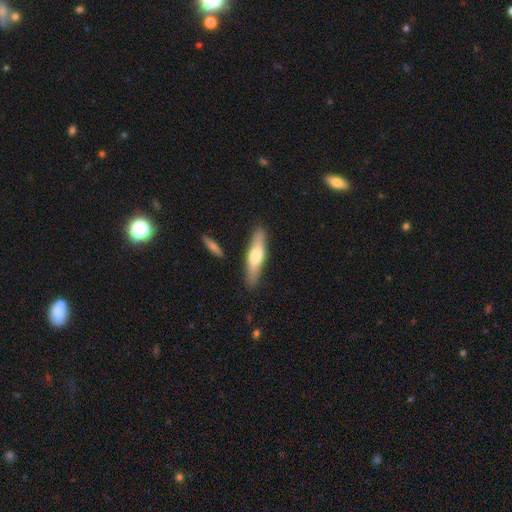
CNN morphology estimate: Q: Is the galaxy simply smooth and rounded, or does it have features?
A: smooth — 56%.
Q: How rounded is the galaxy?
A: cigar-shaped — 76%.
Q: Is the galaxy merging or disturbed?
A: none — 85%.